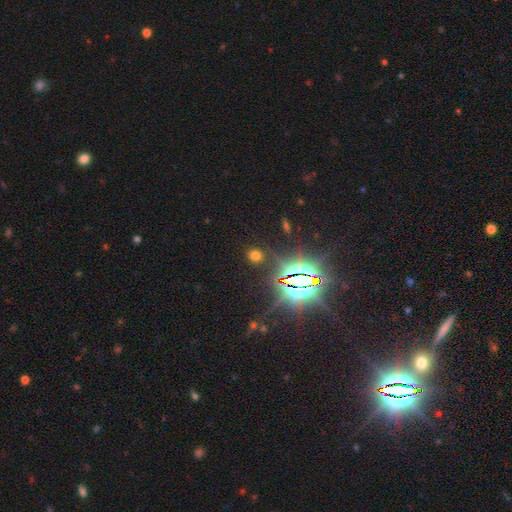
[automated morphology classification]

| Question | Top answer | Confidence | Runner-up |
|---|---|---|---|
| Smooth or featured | smooth | 52% | star or artifact (41%) |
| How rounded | round | 73% | in between (24%) |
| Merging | none | 84% | minor disturbance (9%) |